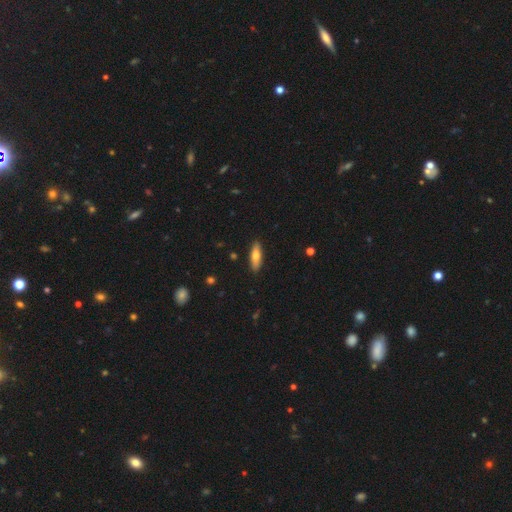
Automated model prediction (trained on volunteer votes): Smooth or featured: smooth — 67% (featured or disk — 27%)
How rounded: cigar-shaped — 55% (in between — 43%)
Merging: none — 89% (minor disturbance — 8%)